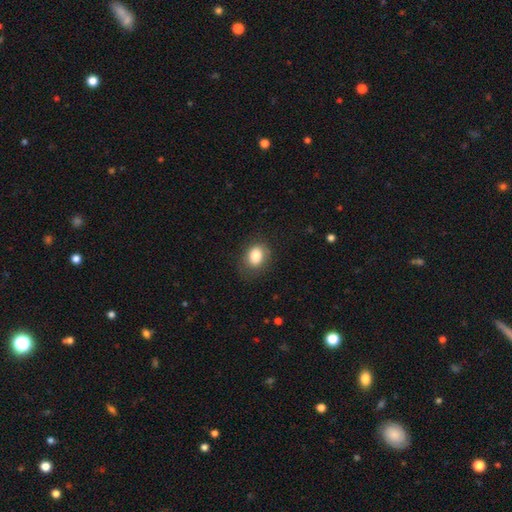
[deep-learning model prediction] This is clearly a smooth galaxy (81%). How rounded: possibly in between (57%). Merging: likely none (76%).